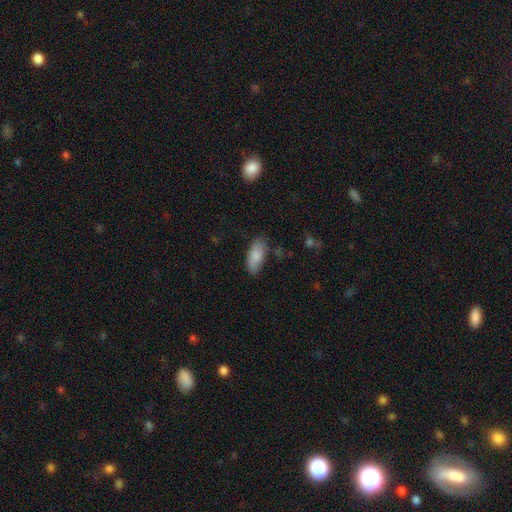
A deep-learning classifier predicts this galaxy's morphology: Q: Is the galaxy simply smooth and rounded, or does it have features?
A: smooth — 83%.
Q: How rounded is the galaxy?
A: in between — 87%.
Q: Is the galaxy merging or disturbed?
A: none — 70%.